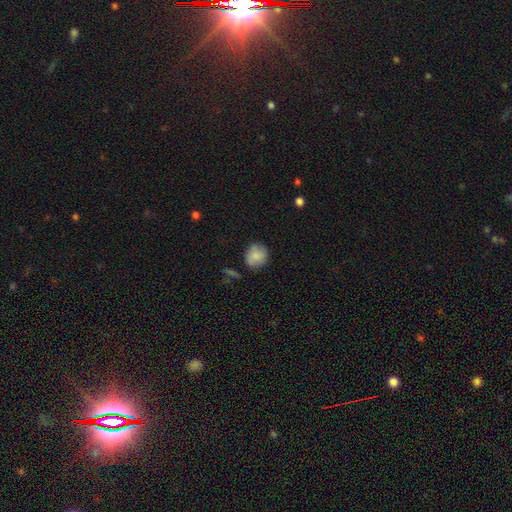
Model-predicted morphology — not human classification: smooth 84%, featured or disk 8%, star or artifact 8%. Down the decision tree: how rounded — round (78%); merging — none (76%).